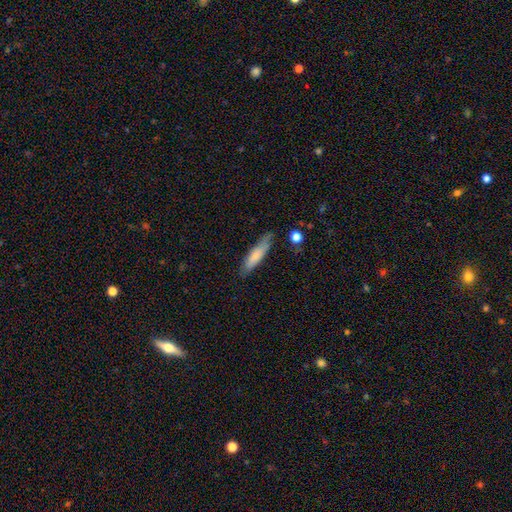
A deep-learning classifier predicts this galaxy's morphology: smooth-or-featured: smooth: 71% | featured or disk: 23% | star or artifact: 6%
  how-rounded: cigar-shaped: 71% | in between: 28% | round: 2%
  merging: none: 68% | minor disturbance: 24% | major disturbance: 5% | merger: 3%